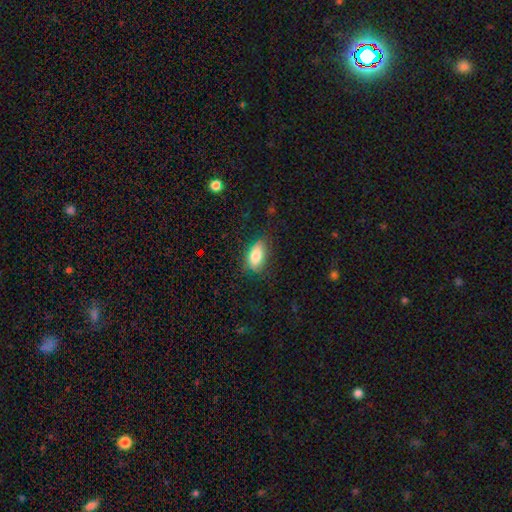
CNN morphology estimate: Overall: smooth (80%). How rounded: in between (89%). Merging: none (72%).